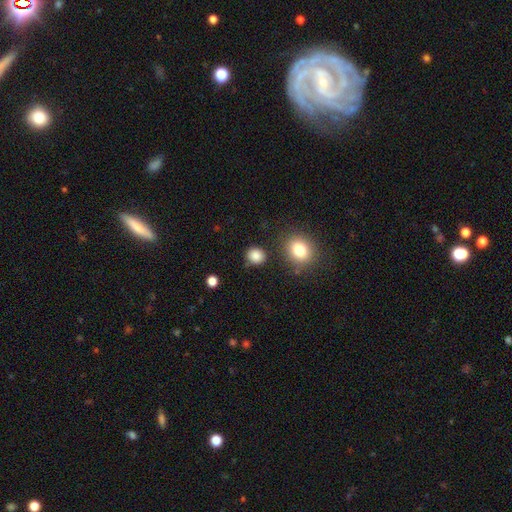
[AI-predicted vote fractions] smooth_or_featured: smooth (p=0.85) [alt: star or artifact p=0.10]
how_rounded: round (p=0.79) [alt: in between p=0.20]
merging: none (p=0.83) [alt: minor disturbance p=0.10]